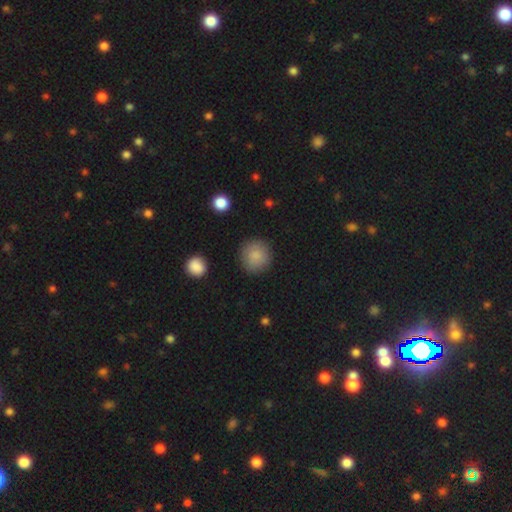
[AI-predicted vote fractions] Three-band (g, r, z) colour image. It shows a smooth galaxy with no disk features (86%) that is round (92%). Merging: none (87%).